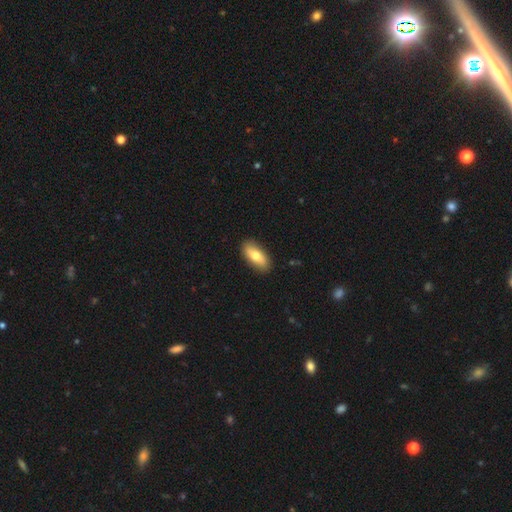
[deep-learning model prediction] smooth-or-featured: smooth: 72% | featured or disk: 22% | star or artifact: 6%
  how-rounded: in between: 83% | cigar-shaped: 14% | round: 3%
  merging: none: 88% | minor disturbance: 9% | major disturbance: 2% | merger: 1%